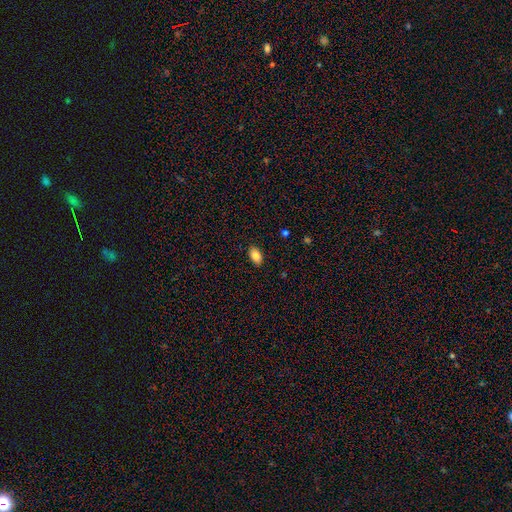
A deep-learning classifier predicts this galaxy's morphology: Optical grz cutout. It shows a smooth galaxy with no disk features (84%) that is in between round and cigar-shaped (92%). Merging: none (89%).